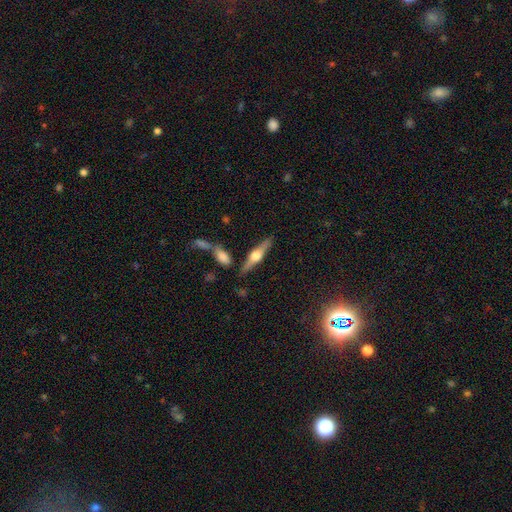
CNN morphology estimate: smooth-or-featured: featured or disk: 72% | smooth: 22% | star or artifact: 6%
  disk-edge-on: yes: 96% | no: 4%
    edge-on-bulge: rounded: 94% | boxy: 4% | none: 2%
  merging: none: 81% | minor disturbance: 10% | merger: 7% | major disturbance: 3%